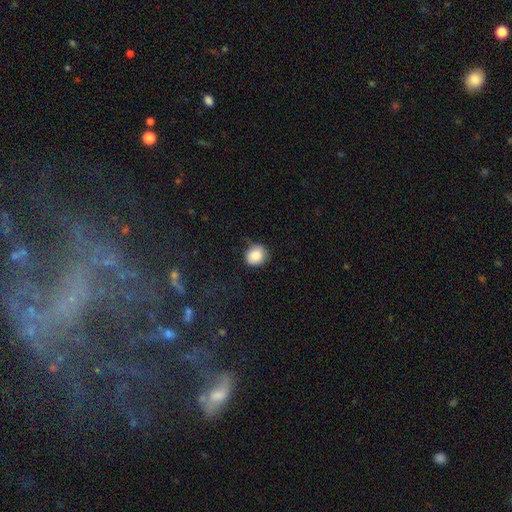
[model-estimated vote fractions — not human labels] smooth 86%, star or artifact 9%, featured or disk 5%. Down the decision tree: how rounded — round (79%); merging — none (74%).